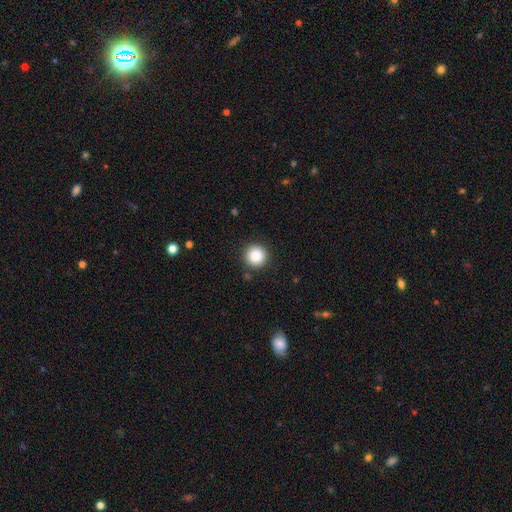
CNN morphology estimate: This appears to be a smooth galaxy with no disk features (87%) that is round (96%). Merging: none (90%).